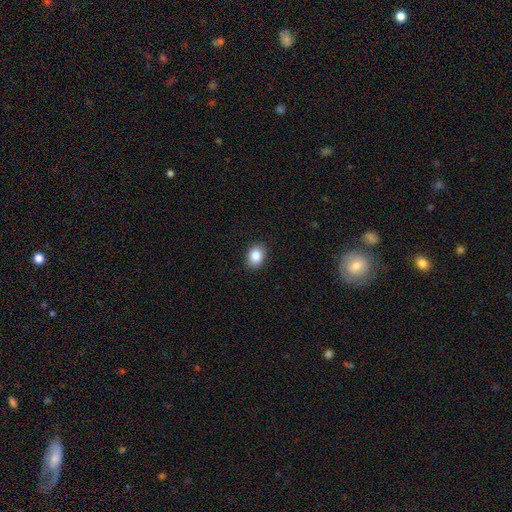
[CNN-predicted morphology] Smooth or featured?
  - smooth: 87% *
  - star or artifact: 9%
  - featured or disk: 5%
How rounded?
  - in between: 67% *
  - round: 31%
  - cigar-shaped: 1%
Merging?
  - none: 88% *
  - minor disturbance: 9%
  - major disturbance: 2%
  - merger: 1%